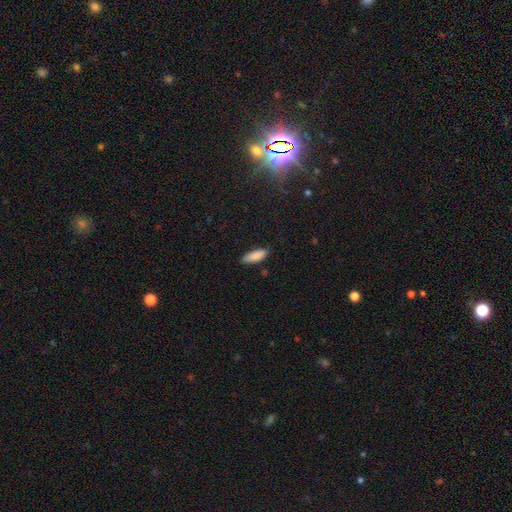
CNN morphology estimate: smooth-or-featured: smooth: 87% | featured or disk: 6% | star or artifact: 6%
  how-rounded: in between: 64% | cigar-shaped: 35% | round: 2%
  merging: none: 79% | minor disturbance: 17% | major disturbance: 3% | merger: 1%